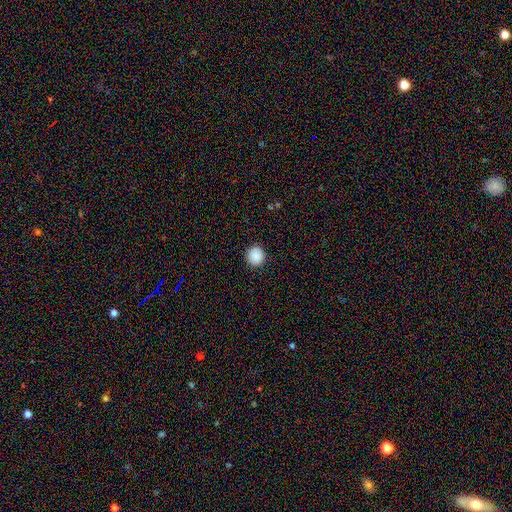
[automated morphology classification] This is clearly a smooth galaxy (88%). How rounded: clearly round (94%). Merging: clearly none (92%).